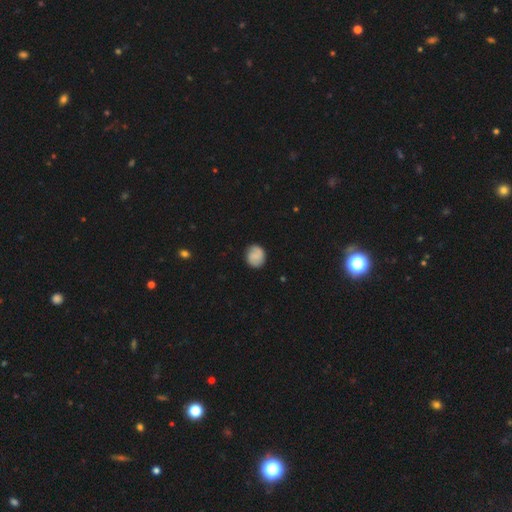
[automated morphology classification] Smooth or featured: smooth — 71% (featured or disk — 22%)
How rounded: round — 76% (in between — 23%)
Merging: none — 82% (minor disturbance — 14%)